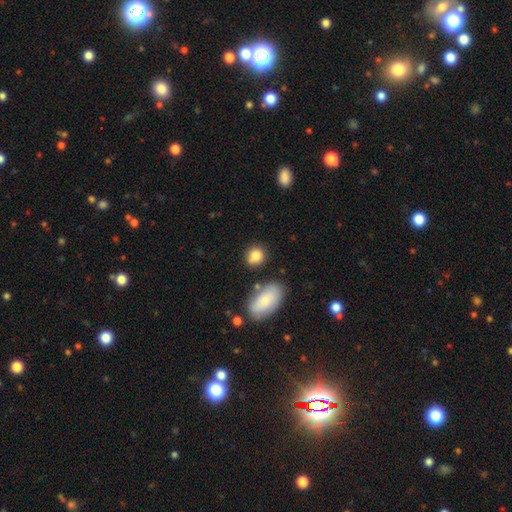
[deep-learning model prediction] A smooth galaxy with no disk features (84%) that is round (74%).

Vote fractions:
- Smooth or featured? smooth: 84% / star or artifact: 9% / featured or disk: 7%
- How rounded? round: 74% / in between: 25% / cigar-shaped: 2%
- Merging? none: 72% / minor disturbance: 15% / merger: 9% / major disturbance: 4%